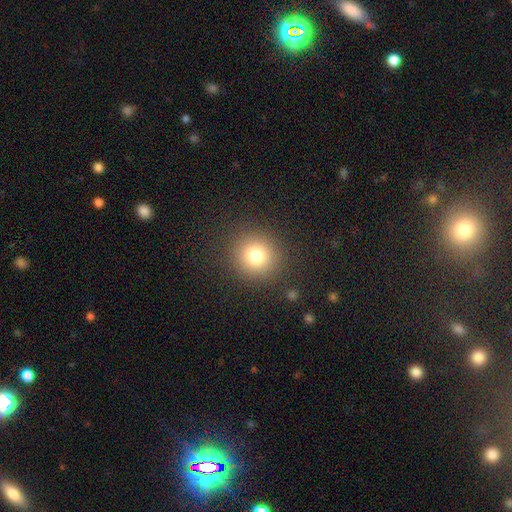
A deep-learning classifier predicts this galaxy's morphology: Q: Smooth or featured?
A: smooth (78%); runner-up: star or artifact (14%)
Q: How rounded?
A: round (92%); runner-up: in between (7%)
Q: Merging?
A: none (89%); runner-up: minor disturbance (6%)